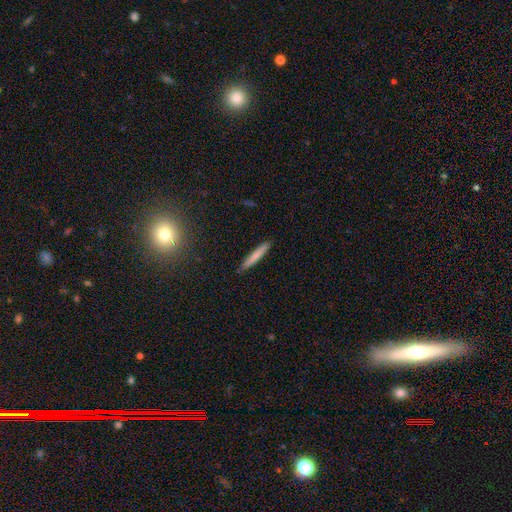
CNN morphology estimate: The model was most divided on "smooth or featured": smooth: 72%, featured or disk: 21%, star or artifact: 7%. More confident: how rounded — cigar-shaped (95%); merging — none (90%).